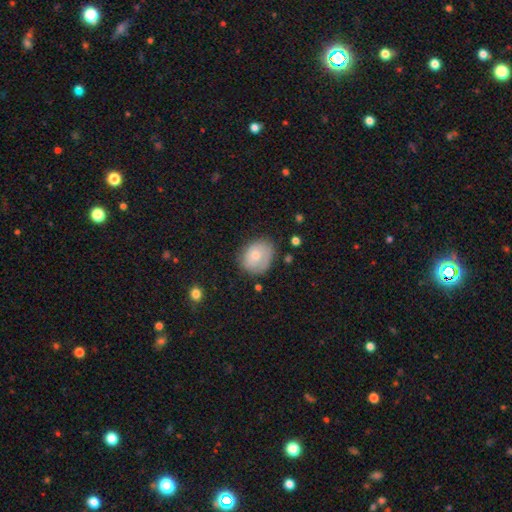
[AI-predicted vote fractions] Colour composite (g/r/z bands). It shows a smooth galaxy with no disk features (69%) that is in between round and cigar-shaped (51%). Merging: none (65%).